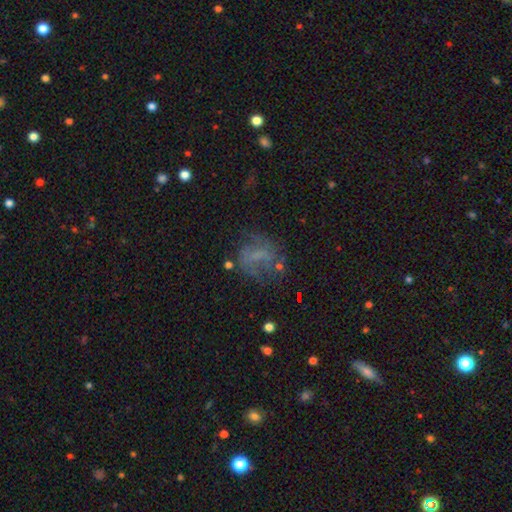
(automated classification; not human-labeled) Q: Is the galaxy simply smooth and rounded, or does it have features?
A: featured or disk — 44%.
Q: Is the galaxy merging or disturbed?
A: none — 50%.